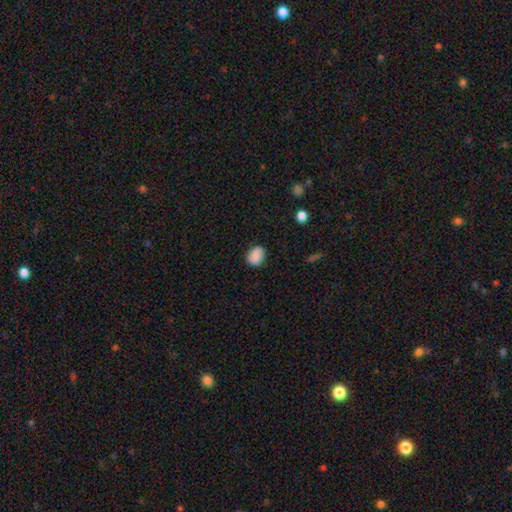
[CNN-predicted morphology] smooth 86%, star or artifact 8%, featured or disk 6%. Down the decision tree: how rounded — in between (56%); merging — none (82%).